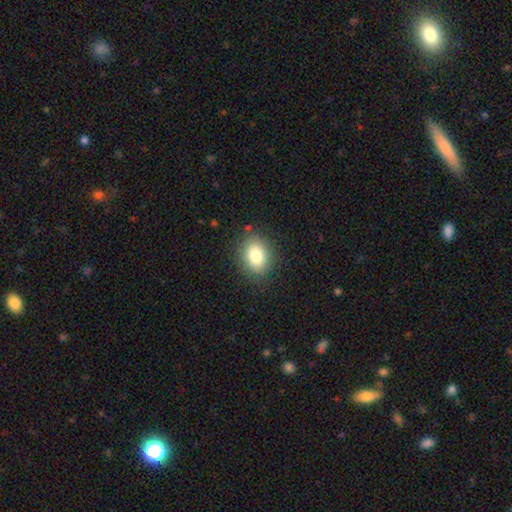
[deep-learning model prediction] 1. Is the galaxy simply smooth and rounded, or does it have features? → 82% smooth, 10% star or artifact, 9% featured or disk.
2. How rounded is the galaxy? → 53% in between, 46% round, 1% cigar-shaped.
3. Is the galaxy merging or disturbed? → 85% none, 10% minor disturbance, 3% major disturbance, 1% merger.